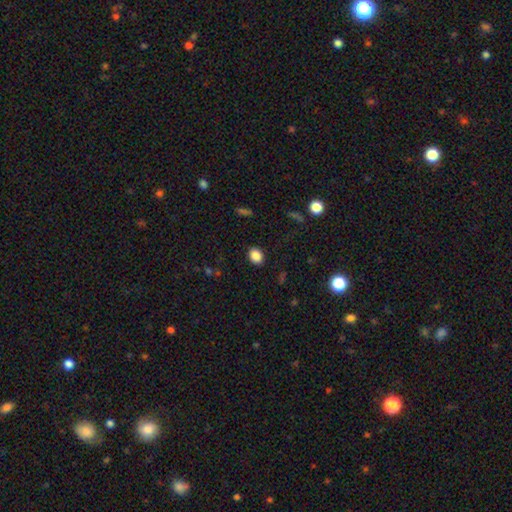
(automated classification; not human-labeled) A smooth galaxy with no disk features (87%) that is in between round and cigar-shaped (59%).

Vote fractions:
- Smooth or featured? smooth: 87% / star or artifact: 9% / featured or disk: 4%
- How rounded? in between: 59% / round: 40% / cigar-shaped: 1%
- Merging? none: 89% / minor disturbance: 8% / major disturbance: 2% / merger: 1%